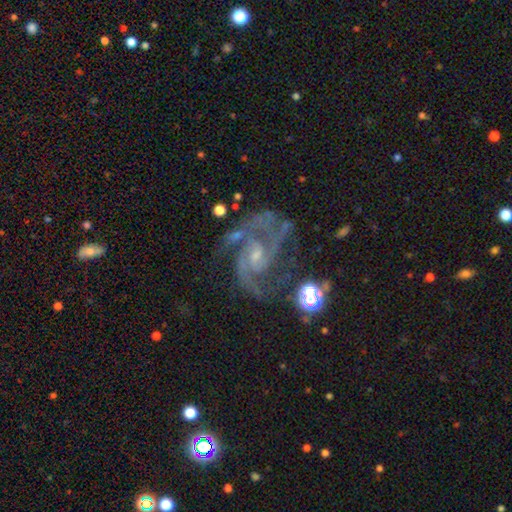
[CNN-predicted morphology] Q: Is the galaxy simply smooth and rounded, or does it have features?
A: featured or disk — 89%.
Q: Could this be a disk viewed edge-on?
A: no — 98%.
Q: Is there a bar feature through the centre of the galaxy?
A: weak — 47%.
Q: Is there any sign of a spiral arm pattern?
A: yes — 98%.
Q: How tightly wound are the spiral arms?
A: medium — 59%.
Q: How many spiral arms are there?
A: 2 — 67%.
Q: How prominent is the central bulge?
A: small — 63%.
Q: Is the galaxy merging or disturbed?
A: none — 57%.